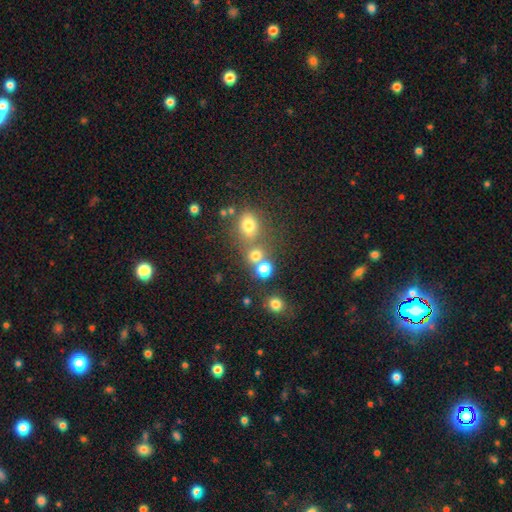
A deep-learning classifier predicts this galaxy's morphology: Smooth or featured? smooth (71%)
How rounded? round (81%)
Merging? none (55%)